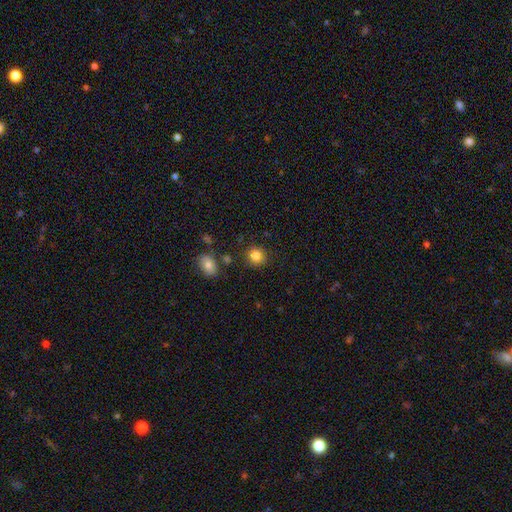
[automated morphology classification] This is clearly a smooth galaxy (85%). How rounded: clearly round (85%). Merging: clearly none (85%).